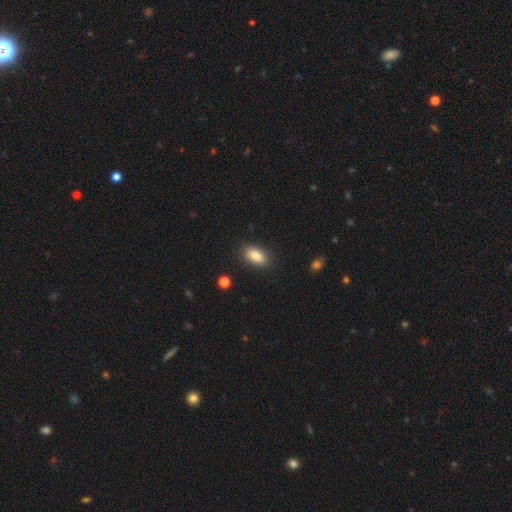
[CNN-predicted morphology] This appears to be a smooth galaxy with no disk features (86%) that is in between round and cigar-shaped (89%). Merging: none (86%).